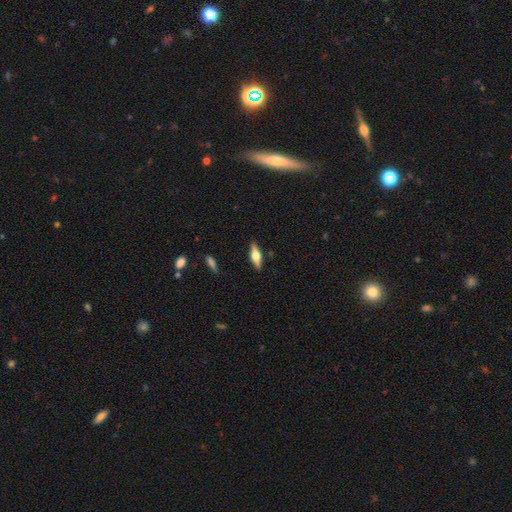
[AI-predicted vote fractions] Smooth or featured: featured or disk — 56% (smooth — 37%)
Edge-on disk: yes — 94% (no — 6%)
Edge-on bulge: rounded — 93% (boxy — 5%)
Merging: none — 88% (minor disturbance — 9%)